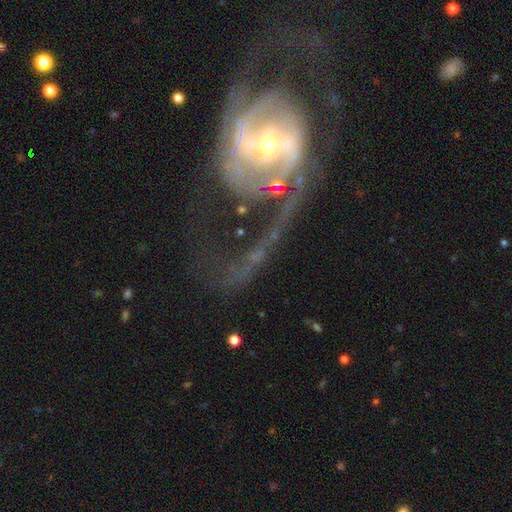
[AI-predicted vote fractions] Q: Smooth or featured?
A: featured or disk (88%); runner-up: star or artifact (7%)
Q: Edge-on disk?
A: no (97%); runner-up: yes (3%)
Q: Bar?
A: weak (39%); runner-up: strong (33%)
Q: Spiral arms?
A: yes (93%); runner-up: no (7%)
Q: Spiral winding?
A: loose (42%); runner-up: medium (40%)
Q: Spiral arm count?
A: 2 (79%); runner-up: can't tell (8%)
Q: Bulge size?
A: small (56%); runner-up: moderate (37%)
Q: Merging?
A: none (48%); runner-up: major disturbance (34%)